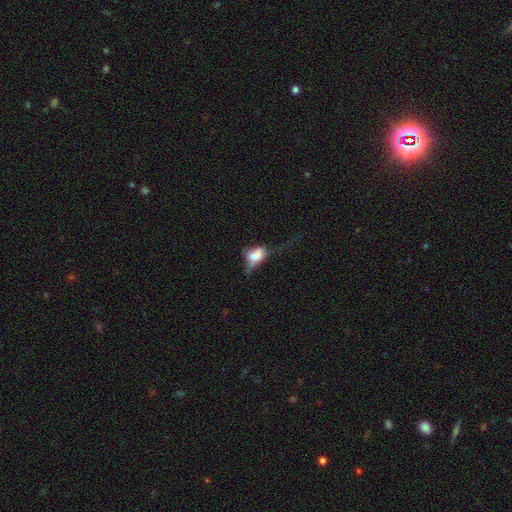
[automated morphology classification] Smooth or featured?
  - smooth: 58% *
  - featured or disk: 31%
  - star or artifact: 11%
How rounded?
  - in between: 81% *
  - round: 12%
  - cigar-shaped: 7%
Merging?
  - major disturbance: 51% *
  - minor disturbance: 19%
  - none: 18%
  - merger: 12%